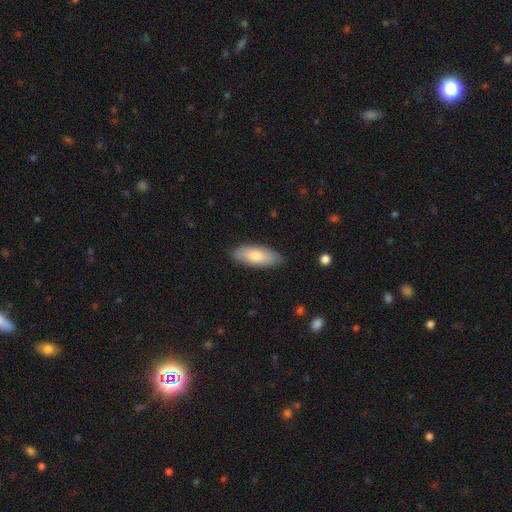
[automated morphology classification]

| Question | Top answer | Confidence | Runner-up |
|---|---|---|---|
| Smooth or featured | smooth | 78% | featured or disk (17%) |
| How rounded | in between | 77% | cigar-shaped (21%) |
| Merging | none | 86% | minor disturbance (11%) |